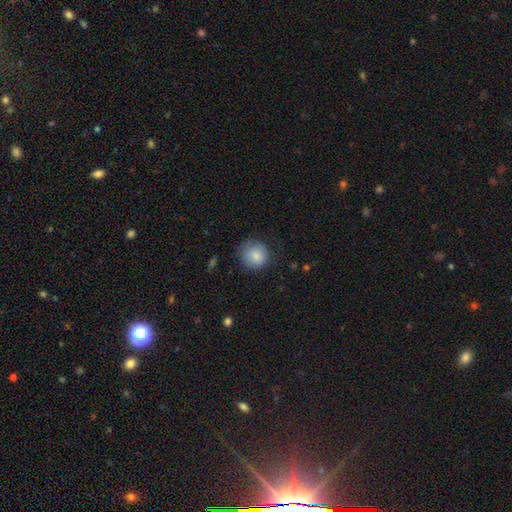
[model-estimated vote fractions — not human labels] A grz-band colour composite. It shows a smooth galaxy with no disk features (84%) that is round (89%). Merging: none (71%).